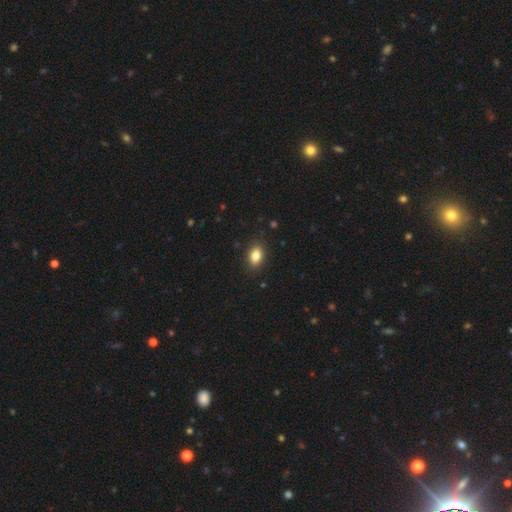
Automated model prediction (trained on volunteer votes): A smooth galaxy with no disk features (84%) that is in between round and cigar-shaped (83%). Merging: none (88%).